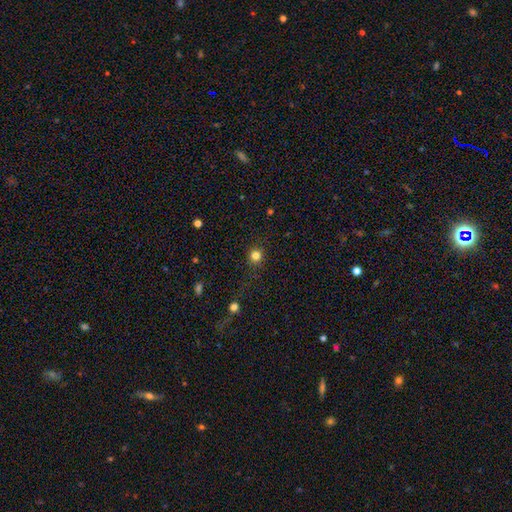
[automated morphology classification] Overall: smooth (81%). How rounded: round (93%). Merging: none (89%).